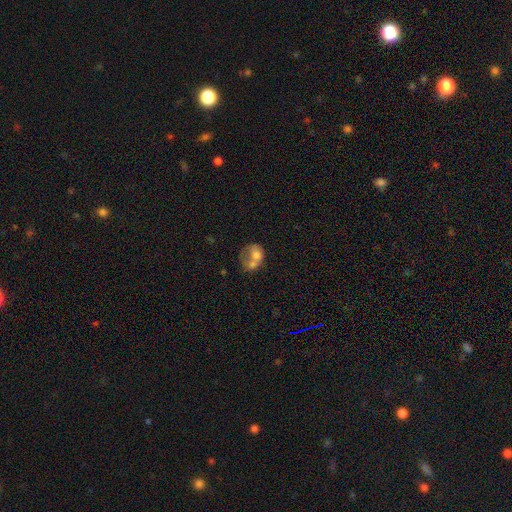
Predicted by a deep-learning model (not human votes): A smooth galaxy with no disk features (55%) that is round (50%). Merging: merger (54%).